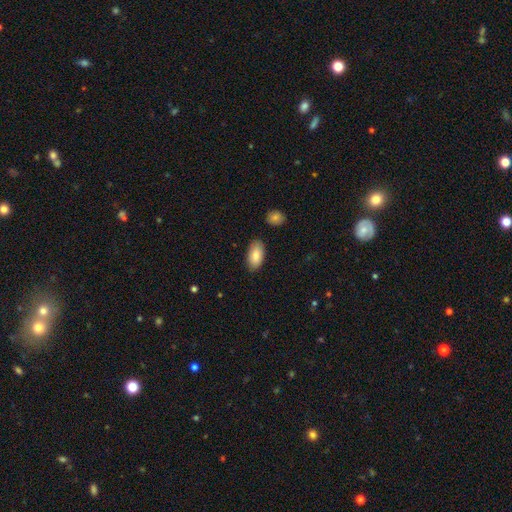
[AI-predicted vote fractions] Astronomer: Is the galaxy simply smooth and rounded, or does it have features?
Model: smooth — 85%.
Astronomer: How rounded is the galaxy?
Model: in between — 94%.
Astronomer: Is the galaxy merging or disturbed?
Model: none — 85%.